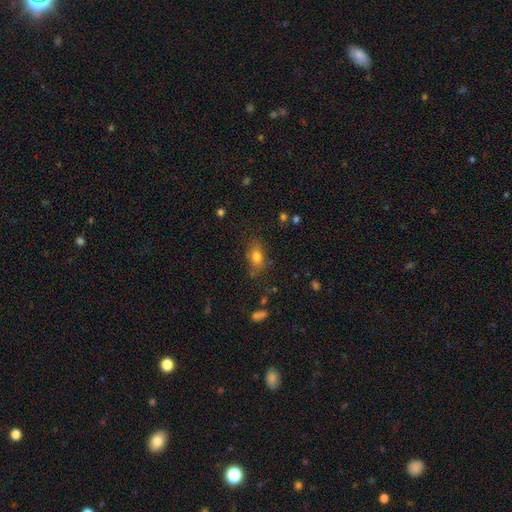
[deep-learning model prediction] A smooth galaxy with no disk features (73%) that is in between round and cigar-shaped (74%). Merging: none (76%).